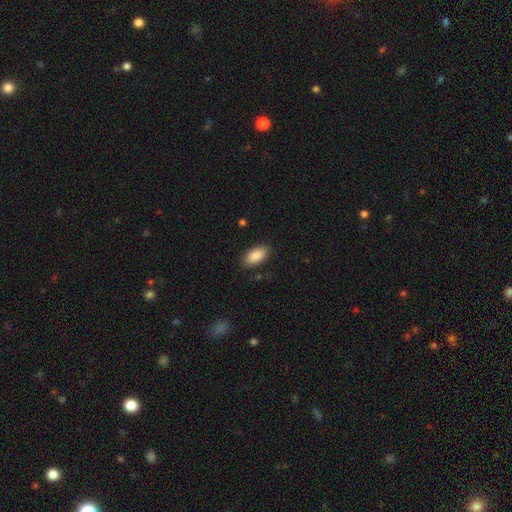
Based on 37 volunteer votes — Smooth or featured? 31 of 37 (84%) said smooth. How rounded? 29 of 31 (94%) said in between. Merging? 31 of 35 (89%) said none.